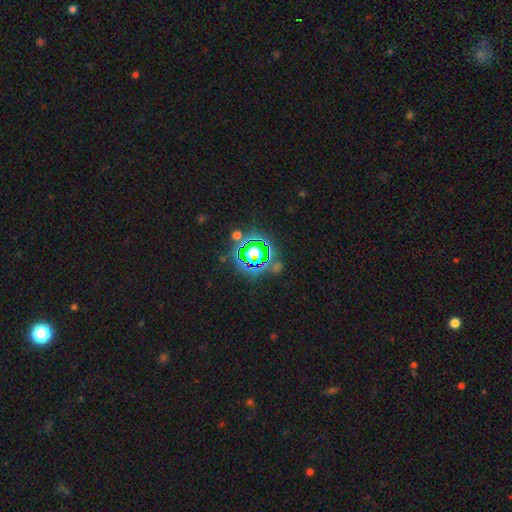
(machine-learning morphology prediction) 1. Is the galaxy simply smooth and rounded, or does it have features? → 66% star or artifact, 21% smooth, 14% featured or disk.